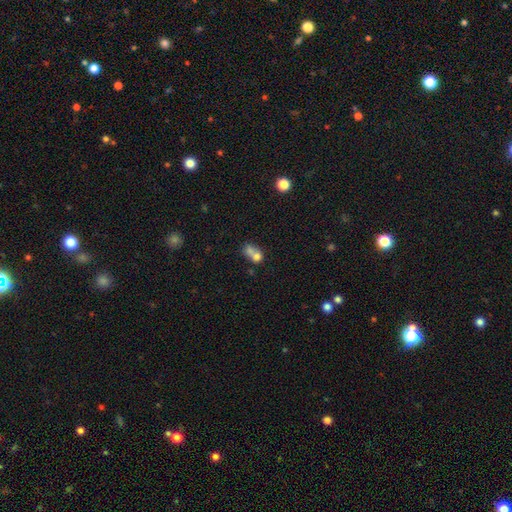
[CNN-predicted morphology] Q: Smooth or featured?
A: smooth (68%); runner-up: featured or disk (20%)
Q: How rounded?
A: round (55%); runner-up: in between (43%)
Q: Merging?
A: merger (66%); runner-up: none (21%)